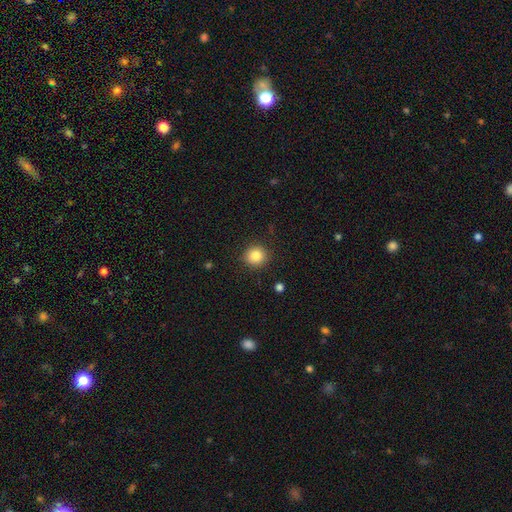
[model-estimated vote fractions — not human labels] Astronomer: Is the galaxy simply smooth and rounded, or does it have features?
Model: smooth — 85%.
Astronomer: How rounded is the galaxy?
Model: round — 90%.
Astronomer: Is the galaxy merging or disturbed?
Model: none — 89%.